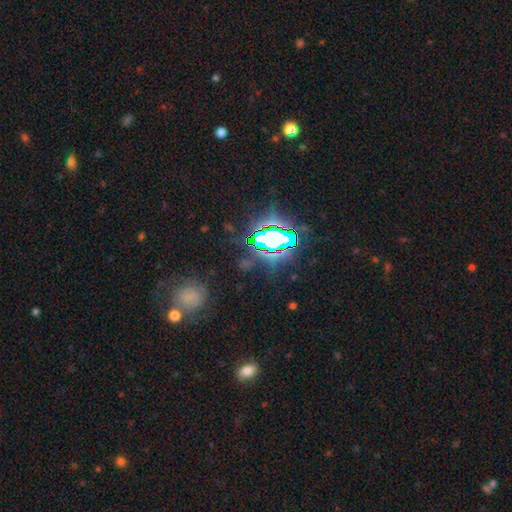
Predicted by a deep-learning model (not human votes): star or artifact 82%, smooth 11%, featured or disk 7%.